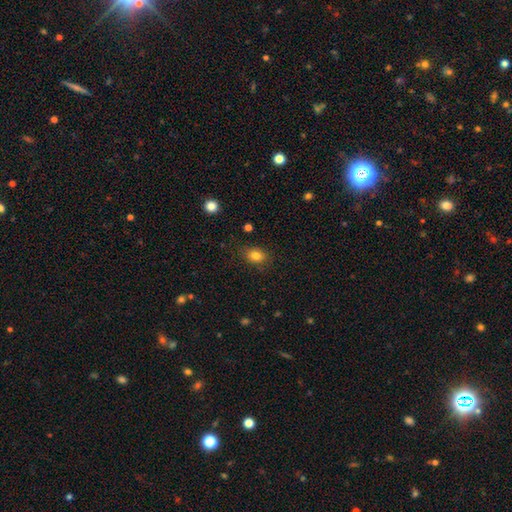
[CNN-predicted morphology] Smooth or featured: smooth — 82% (star or artifact — 11%)
How rounded: in between — 67% (round — 32%)
Merging: none — 82% (minor disturbance — 13%)